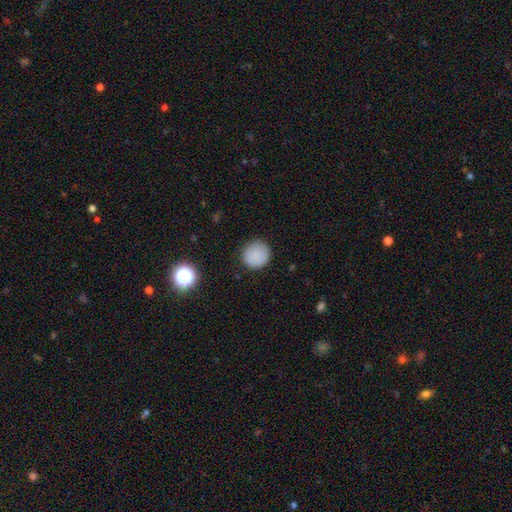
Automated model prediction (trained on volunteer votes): Smooth or featured?
  - smooth: 86% *
  - star or artifact: 10%
  - featured or disk: 4%
How rounded?
  - round: 93% *
  - in between: 6%
  - cigar-shaped: 1%
Merging?
  - none: 89% *
  - minor disturbance: 8%
  - major disturbance: 2%
  - merger: 1%